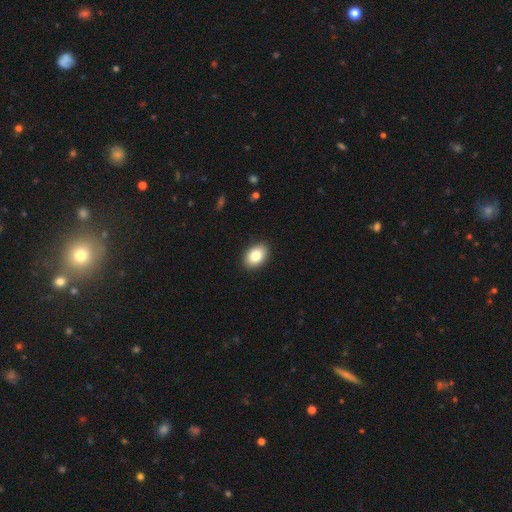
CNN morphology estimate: Smooth or featured? Predicted: smooth (p=0.84). How rounded? Predicted: in between (p=0.83). Merging? Predicted: none (p=0.91).